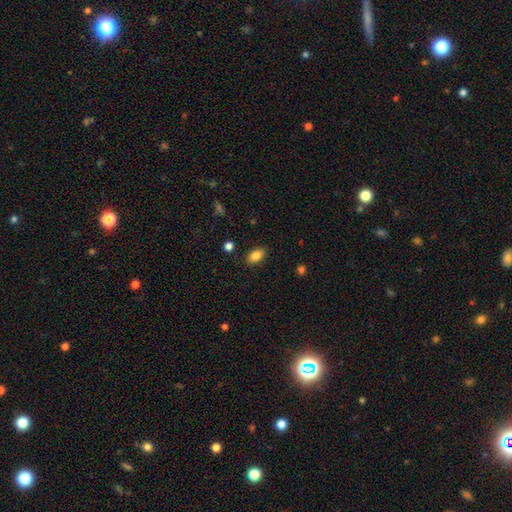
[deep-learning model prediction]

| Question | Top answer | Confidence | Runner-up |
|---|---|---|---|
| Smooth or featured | smooth | 85% | star or artifact (9%) |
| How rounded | in between | 90% | round (6%) |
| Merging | none | 87% | minor disturbance (10%) |